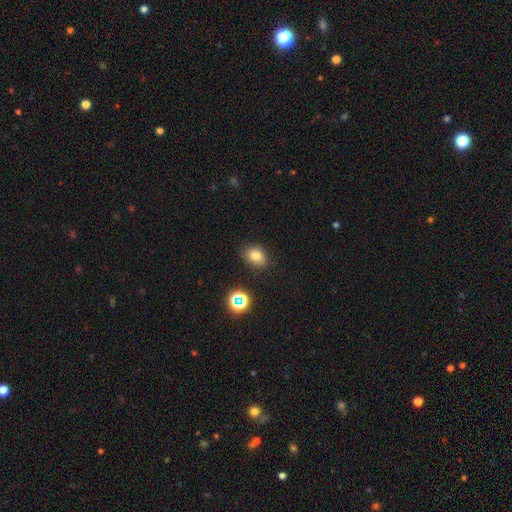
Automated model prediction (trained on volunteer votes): Smooth or featured? Predicted: smooth (p=0.77). How rounded? Predicted: in between (p=0.65). Merging? Predicted: none (p=0.82).